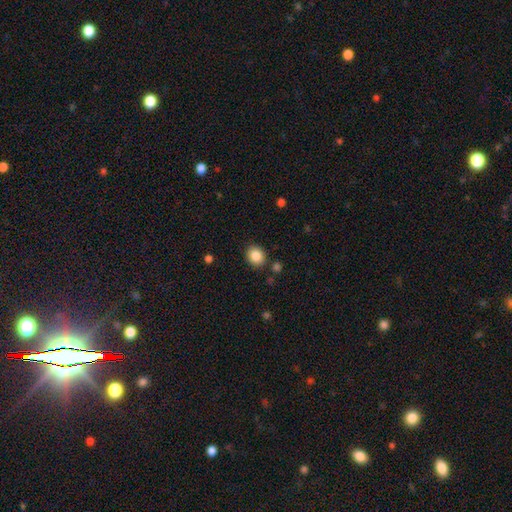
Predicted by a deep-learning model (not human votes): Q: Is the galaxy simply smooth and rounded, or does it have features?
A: smooth — 86%.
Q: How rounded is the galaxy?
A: round — 67%.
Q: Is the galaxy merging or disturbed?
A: none — 86%.